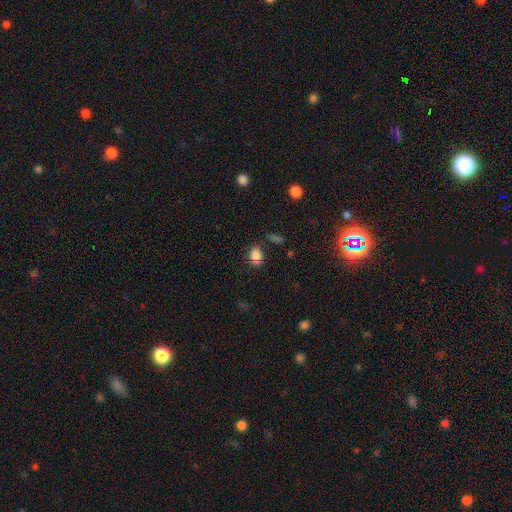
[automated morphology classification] Smooth or featured? Predicted: smooth (p=0.78). How rounded? Predicted: in between (p=0.52). Merging? Predicted: none (p=0.73).